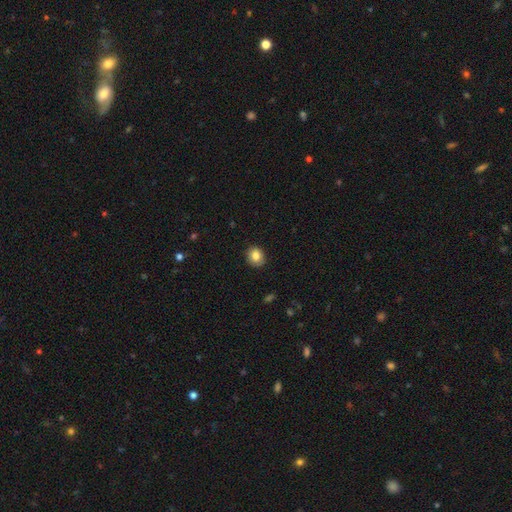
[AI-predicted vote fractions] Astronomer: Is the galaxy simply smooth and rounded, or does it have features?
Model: smooth — 84%.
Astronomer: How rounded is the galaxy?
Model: round — 70%.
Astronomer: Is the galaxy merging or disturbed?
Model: none — 90%.